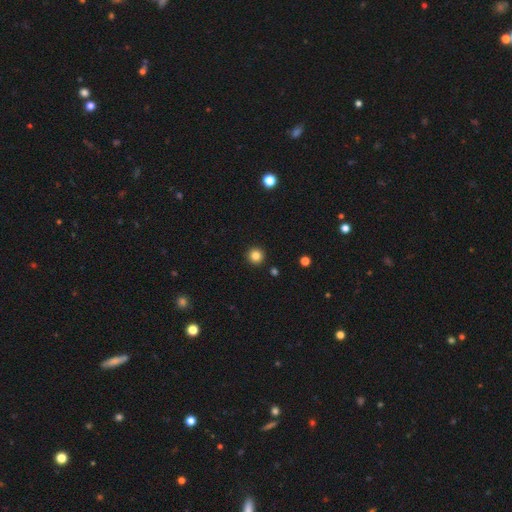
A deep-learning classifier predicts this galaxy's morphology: Smooth or featured?
  - smooth: 84% *
  - star or artifact: 12%
  - featured or disk: 4%
How rounded?
  - round: 96% *
  - in between: 3%
  - cigar-shaped: 1%
Merging?
  - none: 92% *
  - minor disturbance: 4%
  - major disturbance: 2%
  - merger: 2%